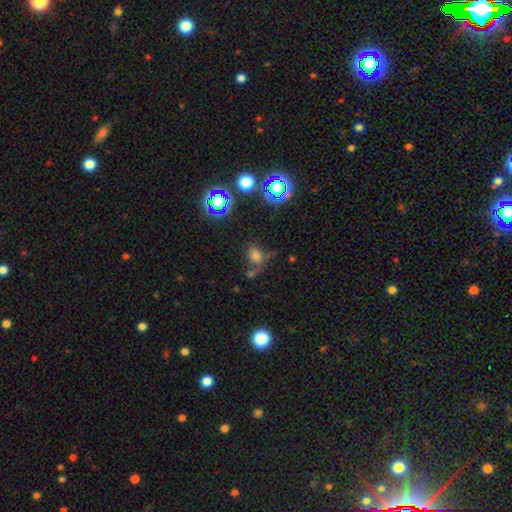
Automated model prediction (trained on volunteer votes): Q: Smooth or featured?
A: smooth (63%); runner-up: star or artifact (28%)
Q: How rounded?
A: round (53%); runner-up: in between (46%)
Q: Merging?
A: none (57%); runner-up: minor disturbance (18%)